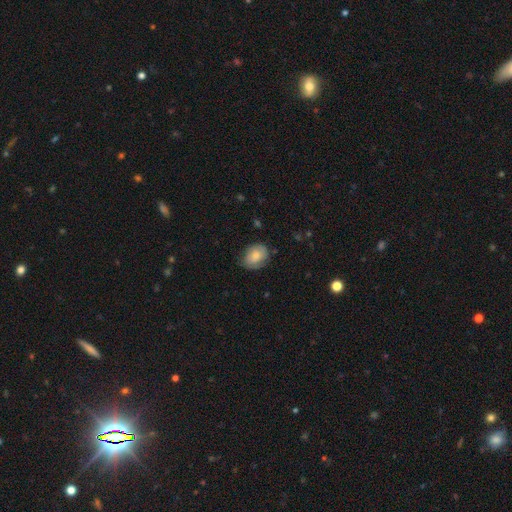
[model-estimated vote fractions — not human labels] Smooth or featured: smooth — 70% (featured or disk — 23%)
How rounded: in between — 60% (round — 39%)
Merging: none — 68% (minor disturbance — 25%)